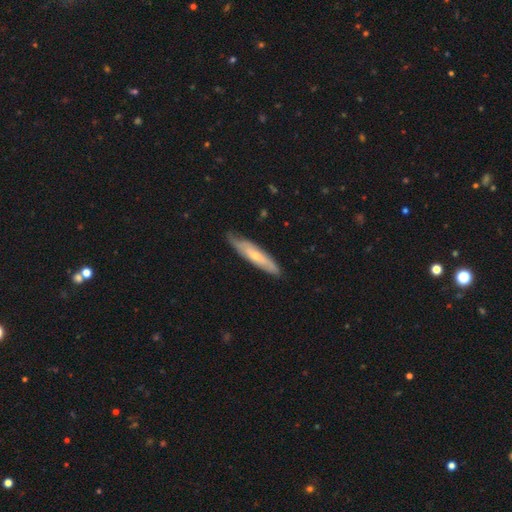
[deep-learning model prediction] Smooth or featured? Predicted: featured or disk (p=0.53). Edge-on disk? Predicted: yes (p=0.54). Merging? Predicted: none (p=0.74).